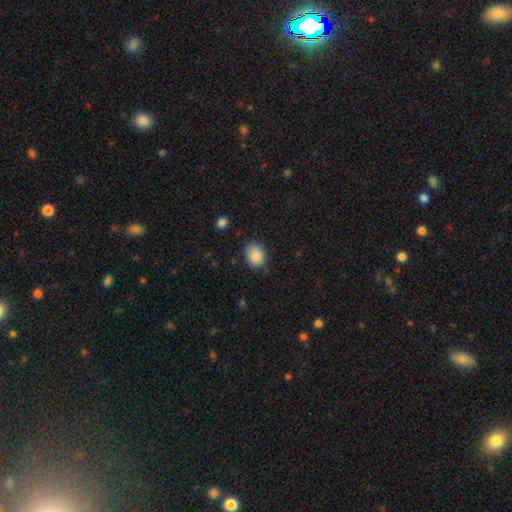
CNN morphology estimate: A smooth galaxy with no disk features (88%) that is in between round and cigar-shaped (51%). Merging: none (79%).